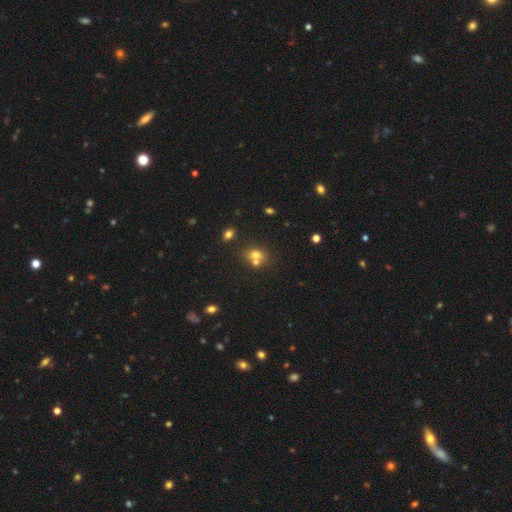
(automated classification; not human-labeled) This is likely a smooth galaxy (66%). How rounded: possibly round (60%). Merging: possibly merger (47%).